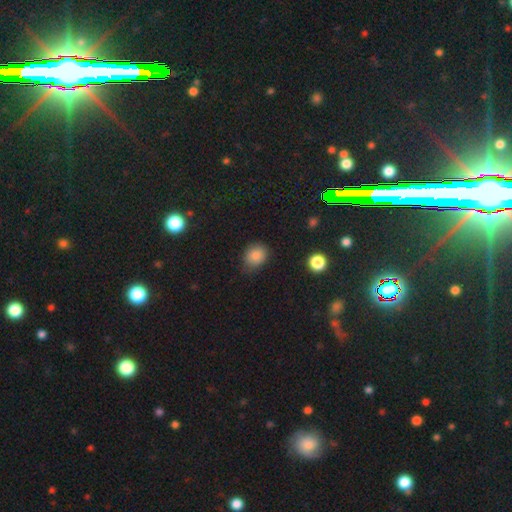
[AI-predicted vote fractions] smooth_or_featured: smooth (p=0.85) [alt: star or artifact p=0.10]
how_rounded: round (p=0.66) [alt: in between p=0.33]
merging: none (p=0.77) [alt: minor disturbance p=0.18]